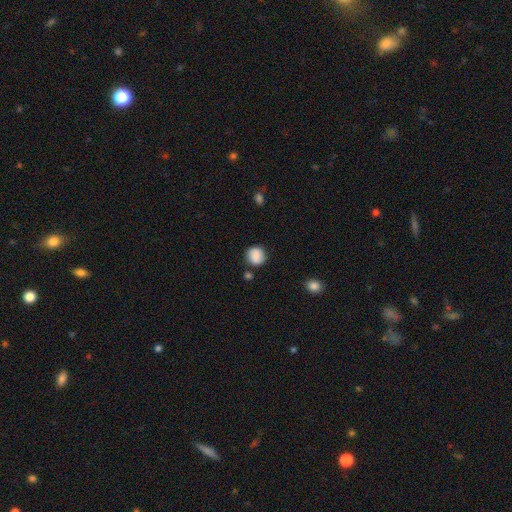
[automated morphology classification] The model was most divided on "merging": none: 79%, minor disturbance: 13%, merger: 4%, major disturbance: 4%. More confident: how rounded — round (88%); smooth or featured — smooth (84%).